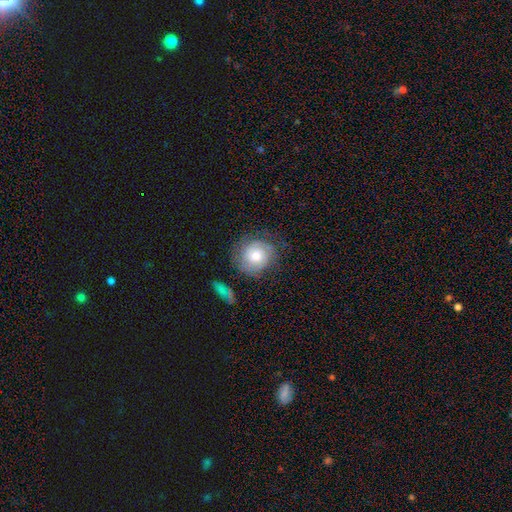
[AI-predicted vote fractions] Smooth or featured: featured or disk — 48% (smooth — 44%)
Merging: none — 70% (minor disturbance — 19%)